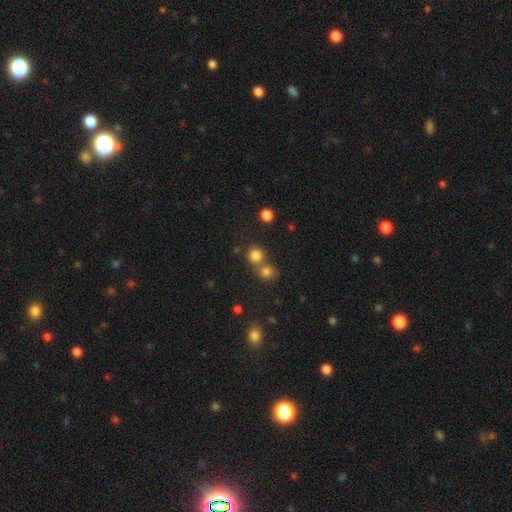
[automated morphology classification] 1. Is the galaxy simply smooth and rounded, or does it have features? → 80% smooth, 14% star or artifact, 6% featured or disk.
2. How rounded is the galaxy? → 90% round, 9% in between, 1% cigar-shaped.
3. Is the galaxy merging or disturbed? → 55% none, 36% merger, 6% minor disturbance, 3% major disturbance.